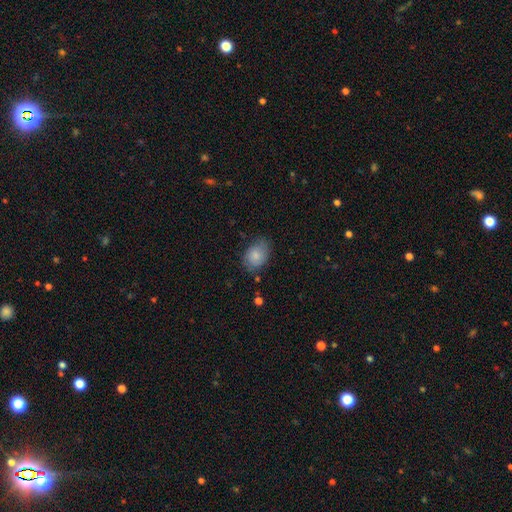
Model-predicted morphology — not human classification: smooth 74%, featured or disk 19%, star or artifact 7%. Down the decision tree: how rounded — in between (68%); merging — none (65%).